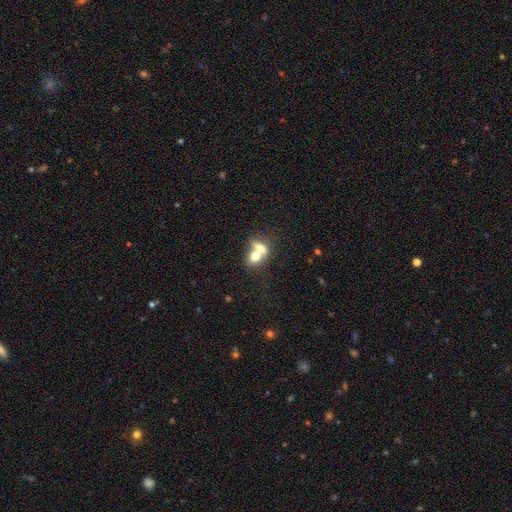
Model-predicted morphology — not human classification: Overall: smooth (68%). How rounded: in between (60%; round 37%). Merging: merger (72%).